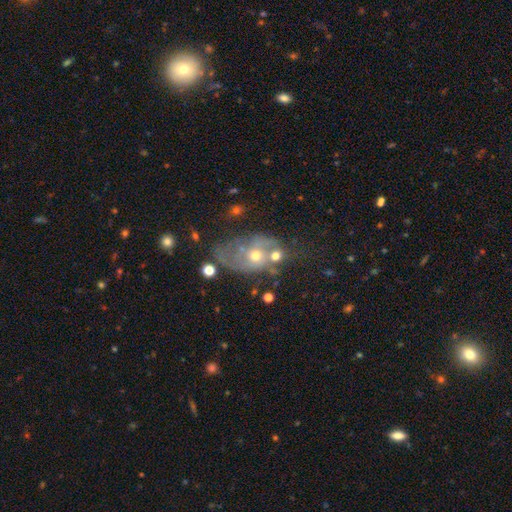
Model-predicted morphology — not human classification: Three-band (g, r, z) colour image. It shows a featured or disk galaxy (59%) with no bar (80%), spiral arms (56%) and a moderate central bulge (53%). Merging: none (41%).